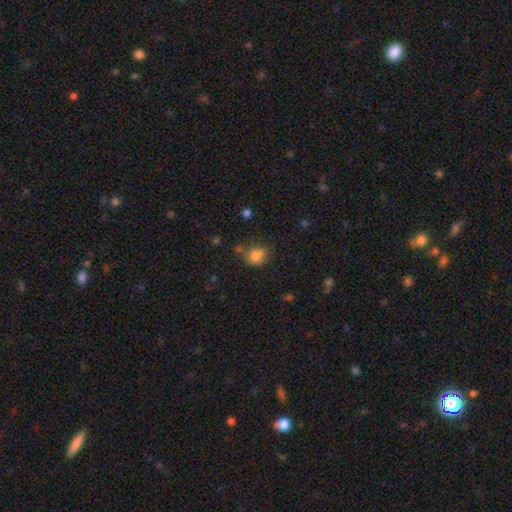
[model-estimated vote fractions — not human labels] Smooth or featured?
  - smooth: 78% *
  - star or artifact: 12%
  - featured or disk: 10%
How rounded?
  - round: 68% *
  - in between: 31%
  - cigar-shaped: 1%
Merging?
  - none: 56% *
  - minor disturbance: 22%
  - merger: 14%
  - major disturbance: 8%